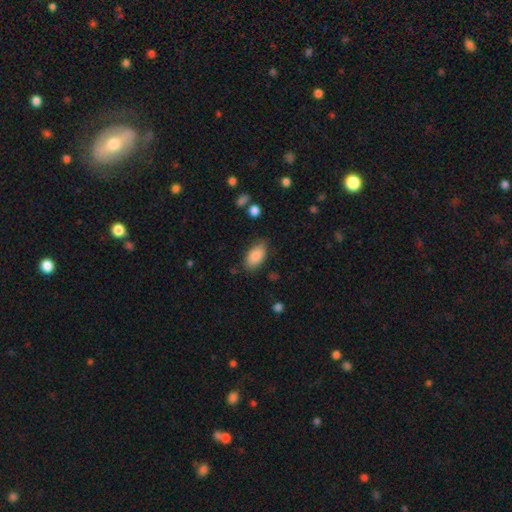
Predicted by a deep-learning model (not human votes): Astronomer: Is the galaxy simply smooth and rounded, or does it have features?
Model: smooth — 86%.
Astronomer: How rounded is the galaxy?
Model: in between — 93%.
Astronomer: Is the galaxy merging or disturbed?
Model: none — 79%.